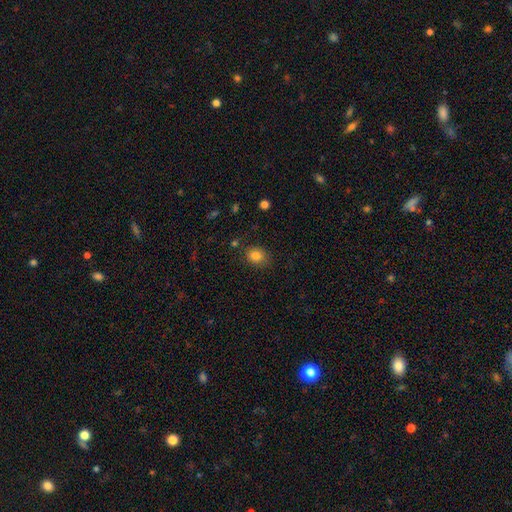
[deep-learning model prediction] Smooth or featured?
  - smooth: 83% *
  - star or artifact: 11%
  - featured or disk: 6%
How rounded?
  - round: 55% *
  - in between: 44%
  - cigar-shaped: 1%
Merging?
  - none: 76% *
  - minor disturbance: 17%
  - major disturbance: 4%
  - merger: 3%